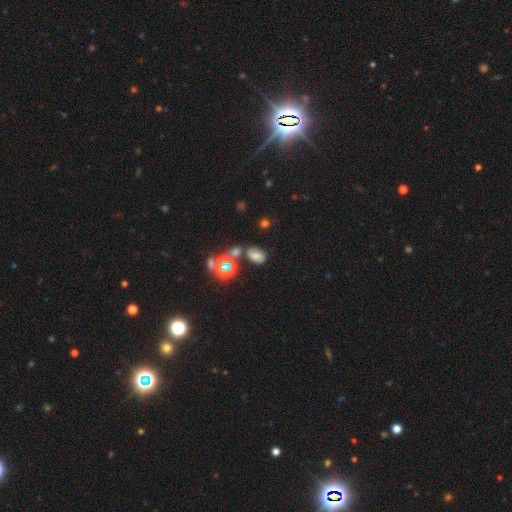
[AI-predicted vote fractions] smooth_or_featured: smooth (p=0.57) [alt: star or artifact p=0.30]
how_rounded: in between (p=0.81) [alt: round p=0.17]
merging: none (p=0.64) [alt: minor disturbance p=0.15]